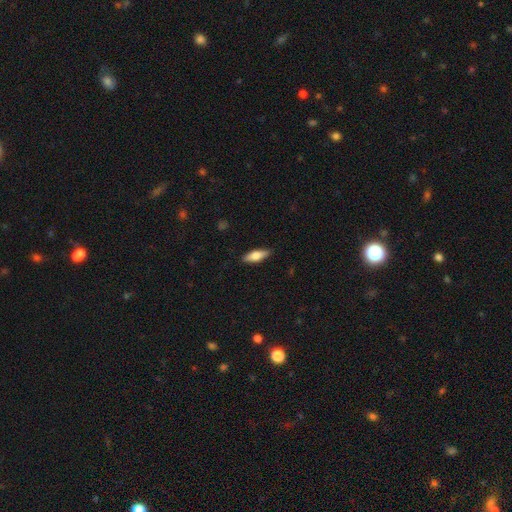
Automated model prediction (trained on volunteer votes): smooth_or_featured: smooth (p=0.69) [alt: featured or disk p=0.26]
how_rounded: in between (p=0.56) [alt: cigar-shaped p=0.42]
merging: none (p=0.88) [alt: minor disturbance p=0.09]